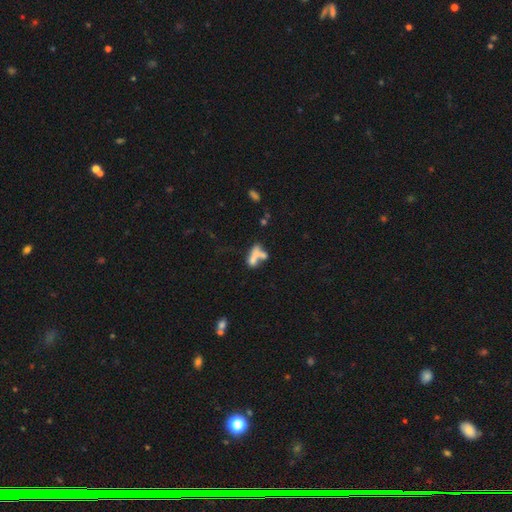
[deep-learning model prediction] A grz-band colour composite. It shows a smooth galaxy with no disk features (57%) that is in between round and cigar-shaped (66%). Merging: merger (55%).